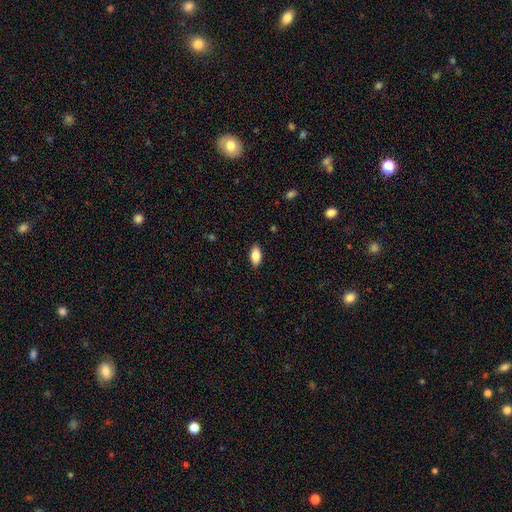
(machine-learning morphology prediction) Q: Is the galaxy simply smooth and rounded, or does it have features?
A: smooth — 84%.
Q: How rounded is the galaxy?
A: in between — 90%.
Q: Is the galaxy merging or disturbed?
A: none — 89%.